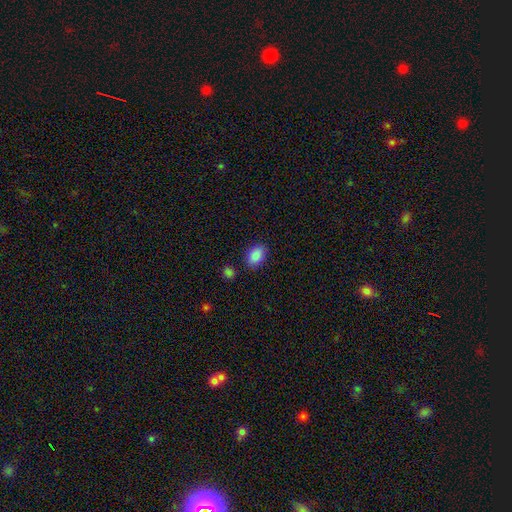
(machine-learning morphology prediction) Smooth or featured?
  - smooth: 88% *
  - star or artifact: 7%
  - featured or disk: 4%
How rounded?
  - in between: 87% *
  - round: 12%
  - cigar-shaped: 1%
Merging?
  - none: 82% *
  - minor disturbance: 12%
  - merger: 3%
  - major disturbance: 3%